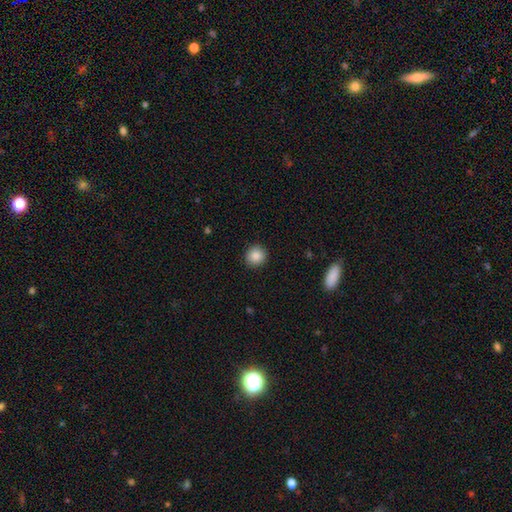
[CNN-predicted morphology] smooth 87%, star or artifact 9%, featured or disk 4%. Down the decision tree: how rounded — round (92%); merging — none (92%).